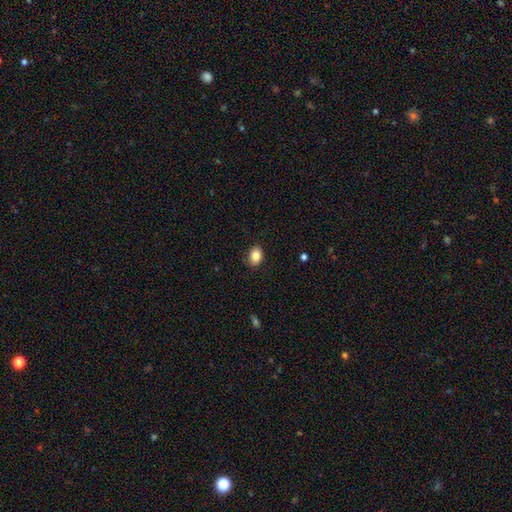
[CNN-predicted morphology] Q: Smooth or featured?
A: smooth (84%); runner-up: star or artifact (9%)
Q: How rounded?
A: in between (69%); runner-up: round (30%)
Q: Merging?
A: none (85%); runner-up: minor disturbance (11%)